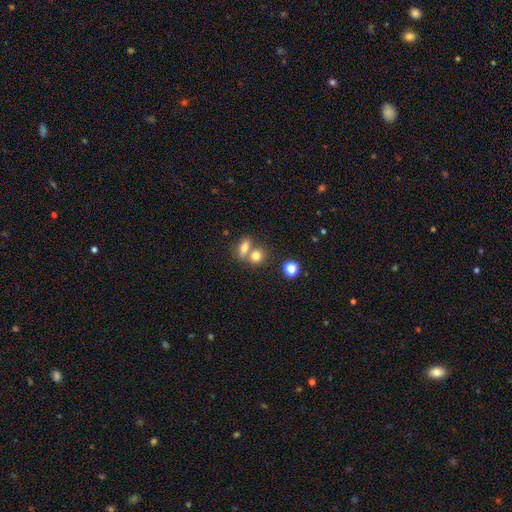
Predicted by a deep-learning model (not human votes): Smooth or featured? smooth (79%)
How rounded? round (51%)
Merging? merger (46%)